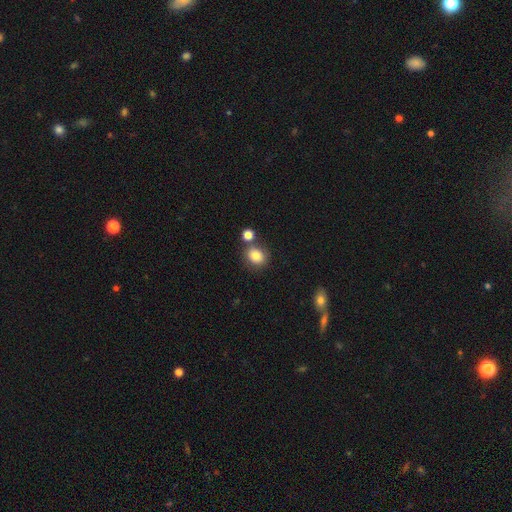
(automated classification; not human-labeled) Smooth or featured: smooth — 82% (star or artifact — 11%)
How rounded: round — 71% (in between — 28%)
Merging: none — 69% (merger — 18%)